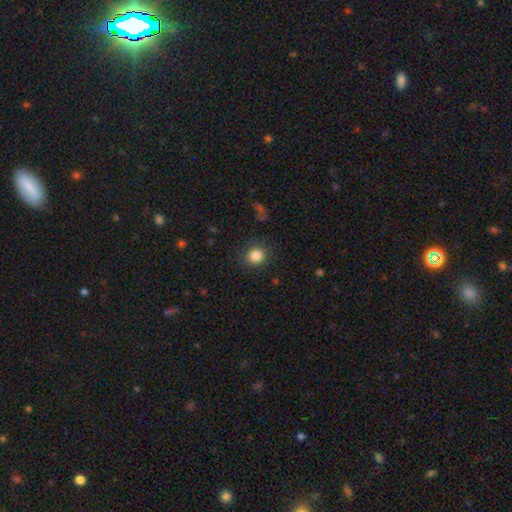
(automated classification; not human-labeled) A smooth galaxy with no disk features (85%) that is round (87%). Merging: none (84%).